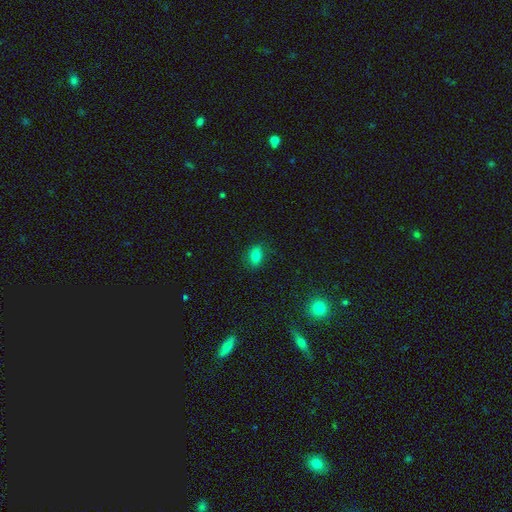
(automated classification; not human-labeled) Smooth or featured: smooth — 80% (star or artifact — 12%)
How rounded: in between — 82% (round — 15%)
Merging: none — 82% (minor disturbance — 13%)